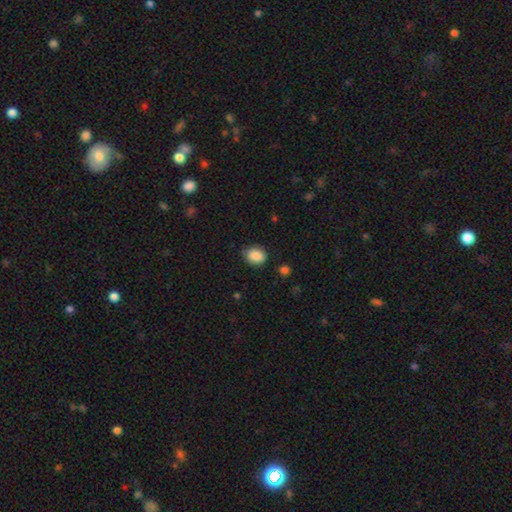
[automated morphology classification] Q: Smooth or featured?
A: smooth (88%); runner-up: star or artifact (8%)
Q: How rounded?
A: round (51%); runner-up: in between (48%)
Q: Merging?
A: none (78%); runner-up: minor disturbance (18%)